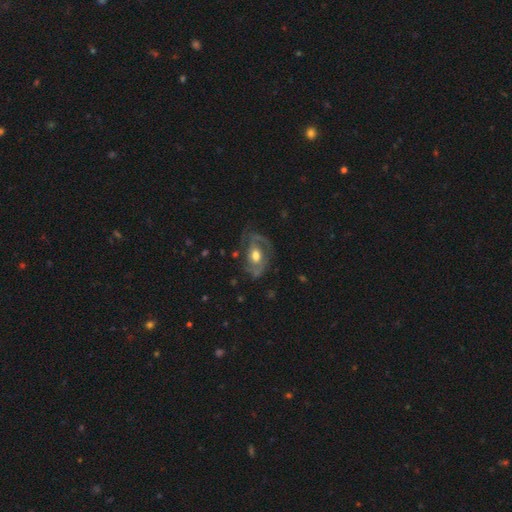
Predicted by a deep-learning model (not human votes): This appears to be a featured or disk galaxy (77%) with no bar (60%), 2 (62%) medium (45%) spiral arms (84%) and a moderate central bulge (71%). Merging: none (60%).